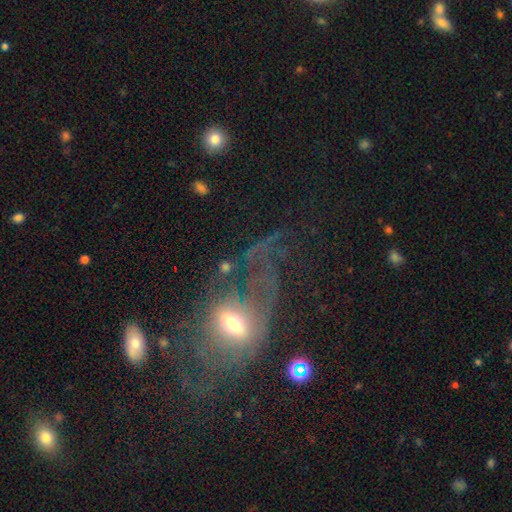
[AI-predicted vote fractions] This is possibly a featured or disk galaxy (46%). Merging: possibly major disturbance (46%).